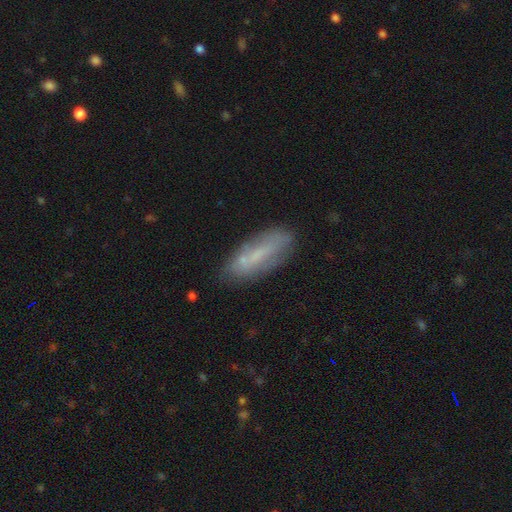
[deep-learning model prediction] This appears to be a smooth galaxy with no disk features (55%) that is in between round and cigar-shaped (50%). Merging: none (72%).